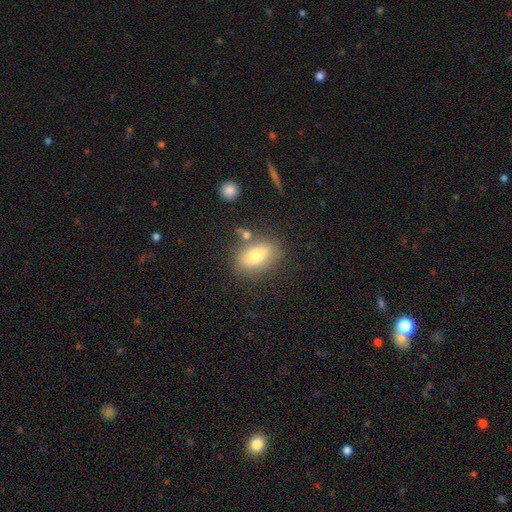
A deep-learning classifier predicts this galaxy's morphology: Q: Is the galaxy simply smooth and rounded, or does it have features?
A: smooth — 75%.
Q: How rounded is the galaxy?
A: in between — 84%.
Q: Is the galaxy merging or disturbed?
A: none — 71%.